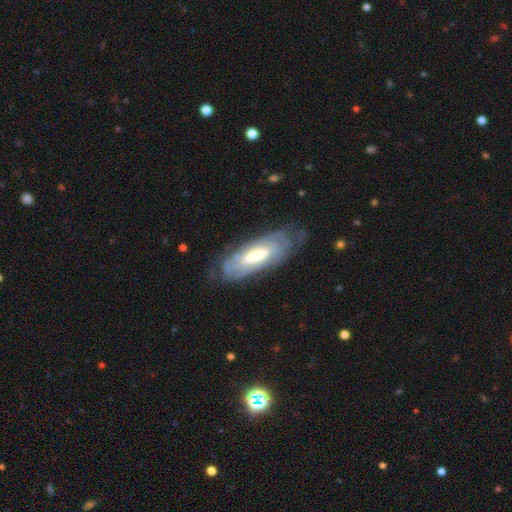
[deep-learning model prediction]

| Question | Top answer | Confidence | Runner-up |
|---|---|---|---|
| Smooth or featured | featured or disk | 72% | smooth (22%) |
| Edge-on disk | no | 84% | yes (16%) |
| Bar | no | 44% | weak (39%) |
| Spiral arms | yes | 82% | no (18%) |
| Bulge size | moderate | 53% | large (23%) |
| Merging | none | 69% | minor disturbance (21%) |